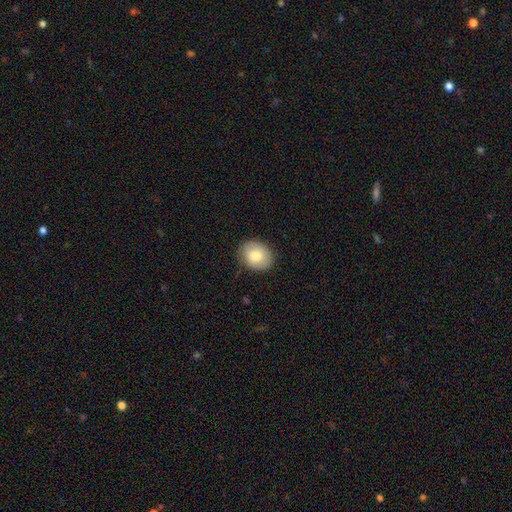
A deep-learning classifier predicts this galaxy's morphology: Smooth or featured? smooth (81%)
How rounded? in between (53%)
Merging? none (84%)